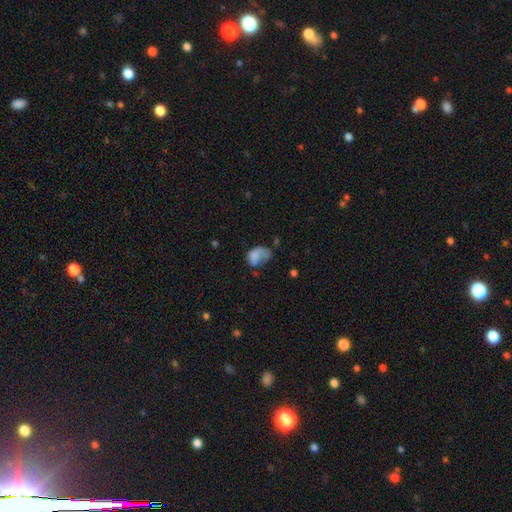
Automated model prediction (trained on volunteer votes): Smooth or featured: smooth — 66% (featured or disk — 25%)
How rounded: in between — 78% (round — 20%)
Merging: major disturbance — 45% (minor disturbance — 24%)